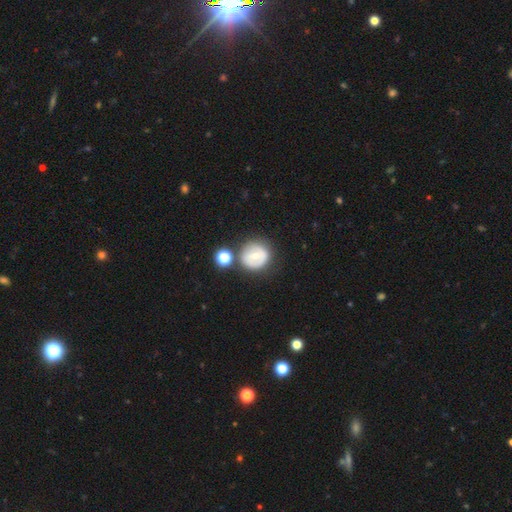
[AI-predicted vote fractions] A smooth galaxy with no disk features (51%) that is round (89%).

Vote fractions:
- Smooth or featured? smooth: 51% / featured or disk: 40% / star or artifact: 9%
- How rounded? round: 89% / in between: 10% / cigar-shaped: 1%
- Merging? none: 66% / minor disturbance: 15% / merger: 14% / major disturbance: 5%